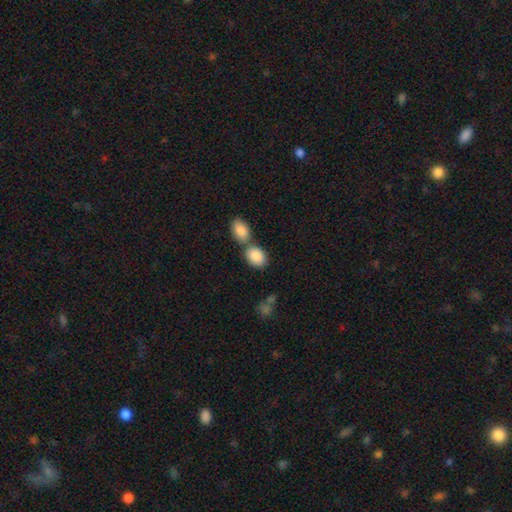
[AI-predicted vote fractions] Smooth or featured?
  - smooth: 88% *
  - star or artifact: 6%
  - featured or disk: 6%
How rounded?
  - in between: 76% *
  - round: 22%
  - cigar-shaped: 1%
Merging?
  - none: 44% *
  - merger: 42%
  - minor disturbance: 11%
  - major disturbance: 3%